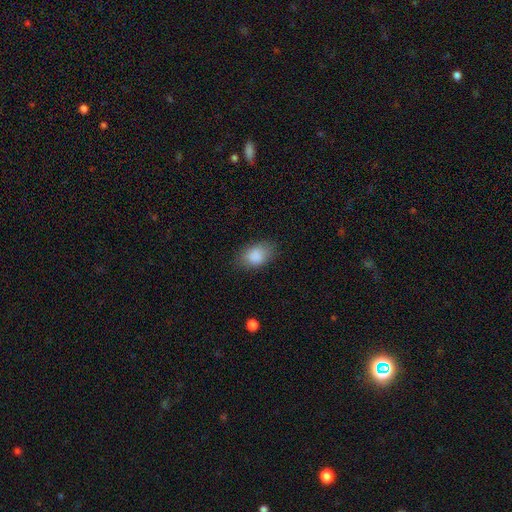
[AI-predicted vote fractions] Morphology: type=smooth (87%); roundness=in between (87%); merging=none (78%).